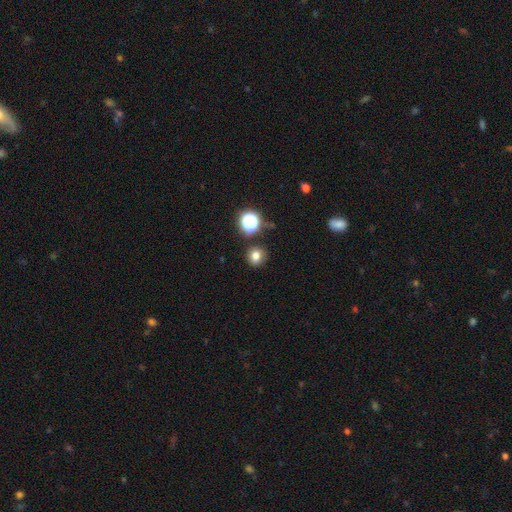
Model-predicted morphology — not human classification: Smooth or featured? Predicted: smooth (p=0.75). How rounded? Predicted: round (p=0.82). Merging? Predicted: none (p=0.84).